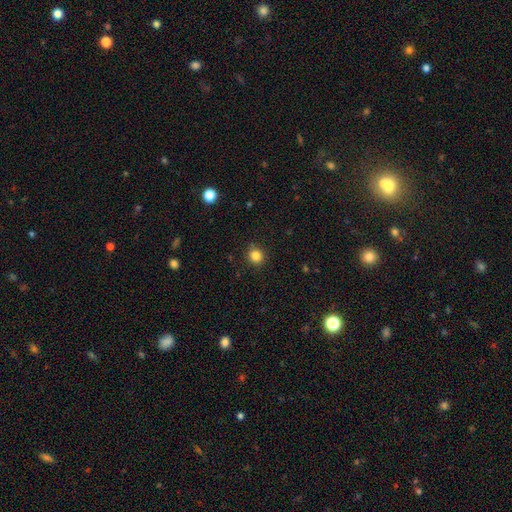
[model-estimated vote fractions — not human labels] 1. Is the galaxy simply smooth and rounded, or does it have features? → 83% smooth, 12% star or artifact, 4% featured or disk.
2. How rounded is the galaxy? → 88% round, 11% in between, 1% cigar-shaped.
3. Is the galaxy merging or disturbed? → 89% none, 8% minor disturbance, 2% major disturbance, 1% merger.